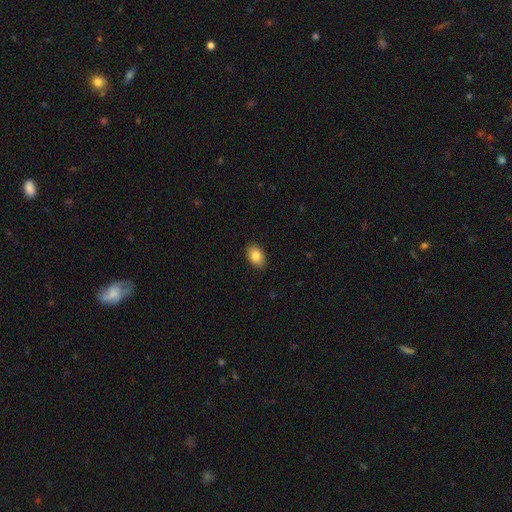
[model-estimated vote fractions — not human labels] This is clearly a smooth galaxy (86%). How rounded: clearly in between (87%). Merging: clearly none (89%).